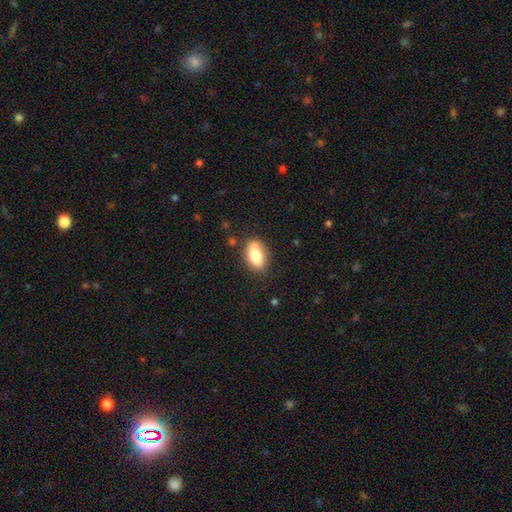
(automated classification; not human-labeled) Q: Smooth or featured?
A: smooth (79%); runner-up: featured or disk (14%)
Q: How rounded?
A: in between (89%); runner-up: round (6%)
Q: Merging?
A: none (78%); runner-up: minor disturbance (16%)